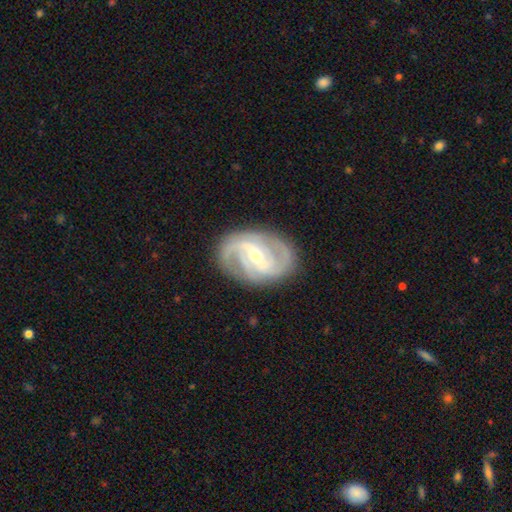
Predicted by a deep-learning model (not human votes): Overall: featured or disk (91%). Edge-on disk: no (97%). Bar: weak (46%; strong 38%). Spiral arms: yes (98%). Spiral arm count: 3 (39%; 2 36%). Spiral winding: medium (46%; tight 43%). Bulge size: moderate (49%; small 48%). Merging: none (81%).